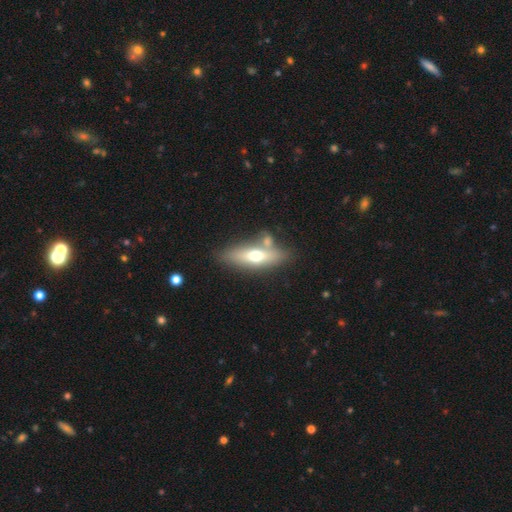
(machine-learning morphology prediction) This is possibly a smooth galaxy (53%). How rounded: possibly in between (52%). Merging: likely none (63%).